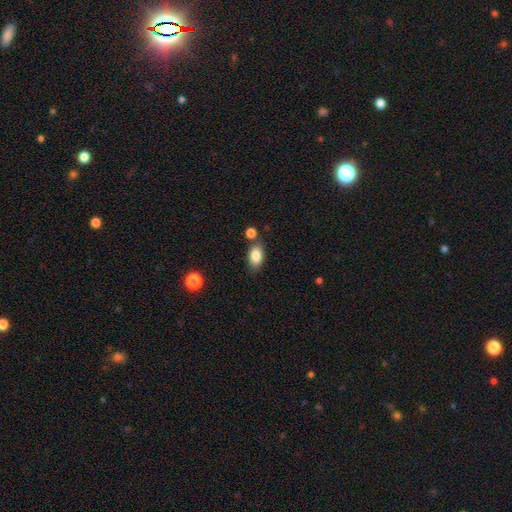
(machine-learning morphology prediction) This is clearly a smooth galaxy (85%). How rounded: clearly in between (88%). Merging: likely none (71%).